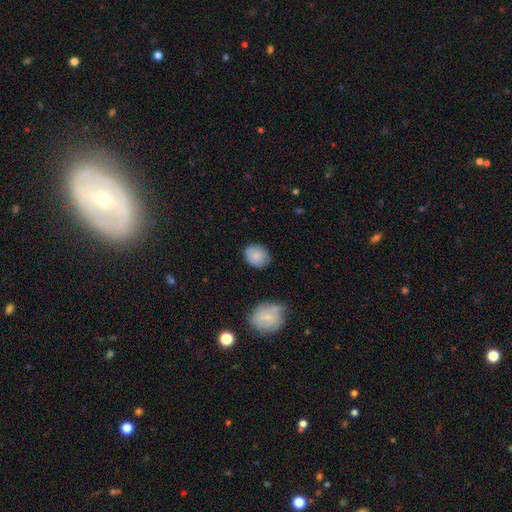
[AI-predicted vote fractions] Overall: smooth (83%). How rounded: round (54%; in between 45%). Merging: none (78%).